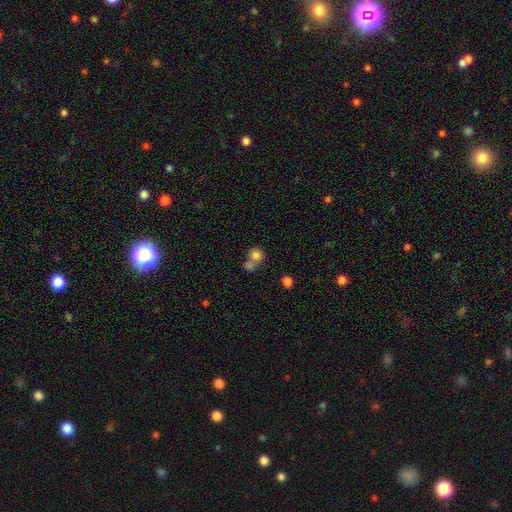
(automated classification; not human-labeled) Morphology: type=smooth (58%); roundness=round (78%); merging=none (46%).